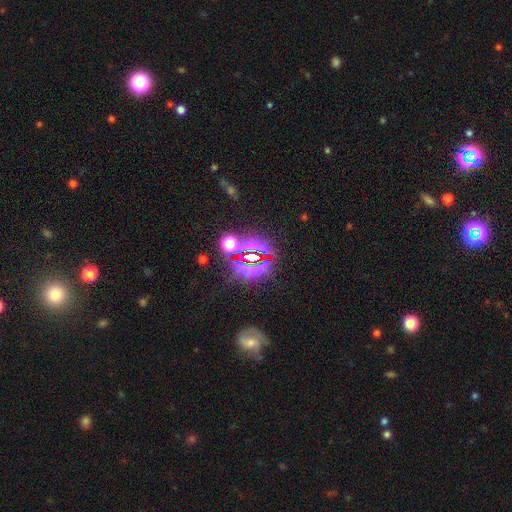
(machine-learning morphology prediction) Overall: star or artifact (77%).